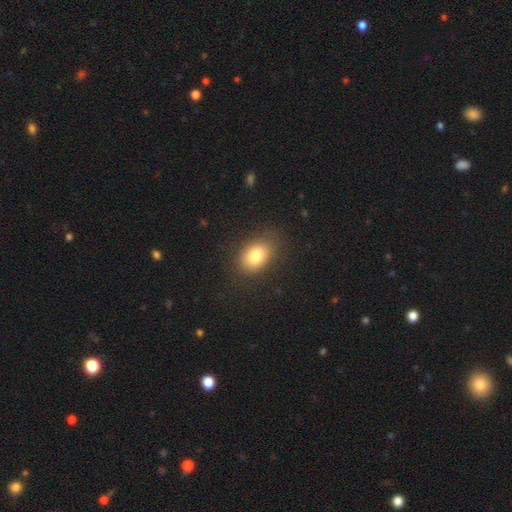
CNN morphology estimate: This appears to be a smooth galaxy with no disk features (80%) that is in between round and cigar-shaped (74%). Merging: none (82%).